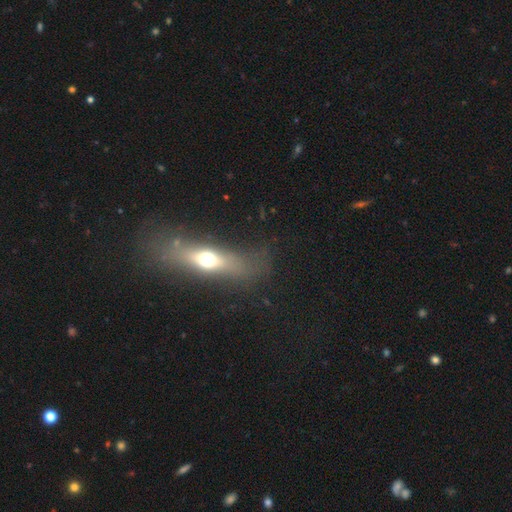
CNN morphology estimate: A featured or disk galaxy (49%). Merging: none (62%).